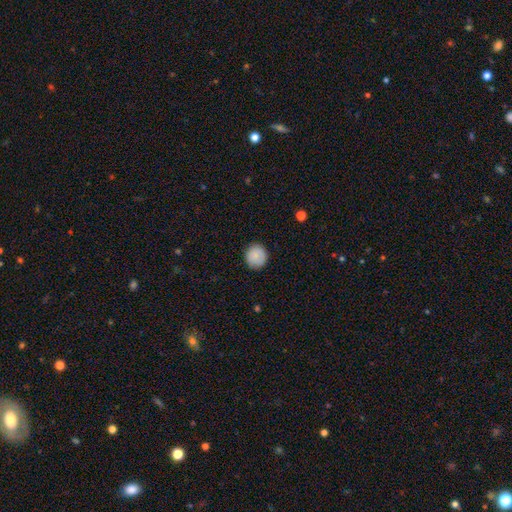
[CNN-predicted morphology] This appears to be a smooth galaxy with no disk features (85%) that is round (92%). Merging: none (88%).